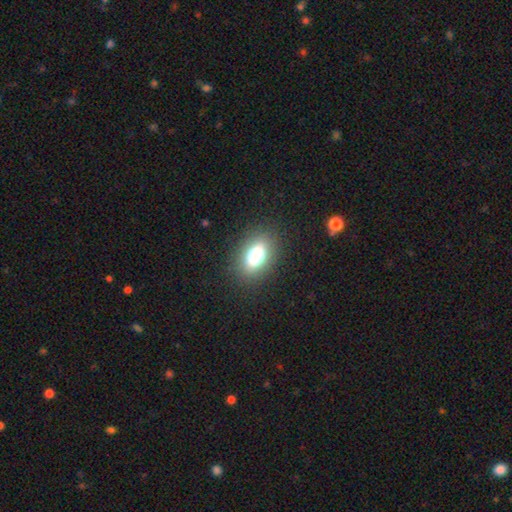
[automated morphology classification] smooth 74%, featured or disk 15%, star or artifact 11%. Down the decision tree: how rounded — in between (83%); merging — none (87%).